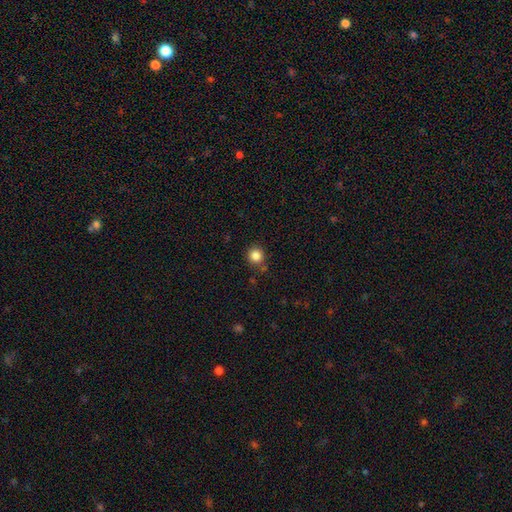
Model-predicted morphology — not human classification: type=smooth (84%); roundness=round (93%); merging=none (83%).